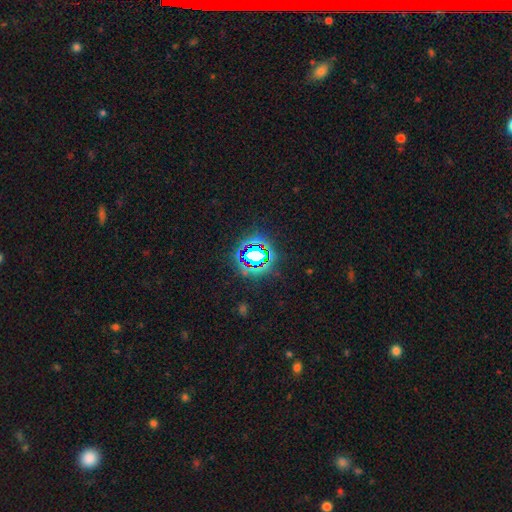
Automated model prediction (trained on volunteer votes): A star or artifact, not a galaxy (72%).